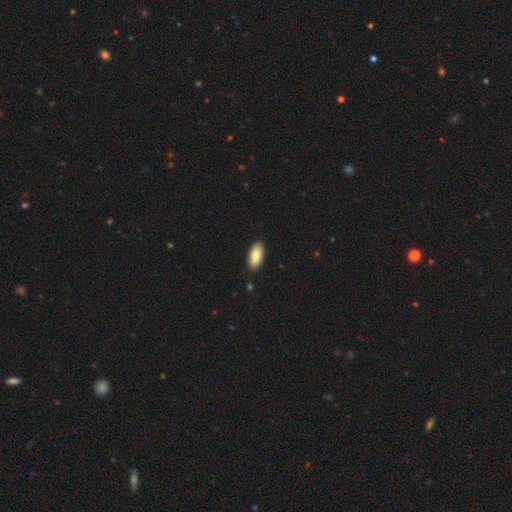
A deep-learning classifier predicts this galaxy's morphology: Smooth or featured: smooth — 83% (featured or disk — 11%)
How rounded: in between — 90% (cigar-shaped — 9%)
Merging: none — 89% (minor disturbance — 8%)